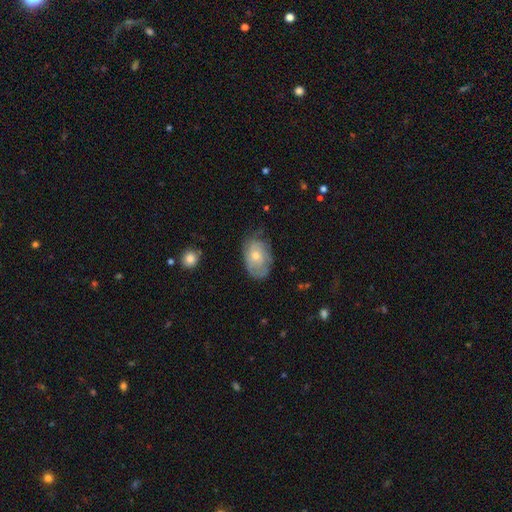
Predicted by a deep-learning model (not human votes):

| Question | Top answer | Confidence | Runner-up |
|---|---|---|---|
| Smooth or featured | smooth | 49% | featured or disk (43%) |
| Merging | none | 62% | minor disturbance (28%) |